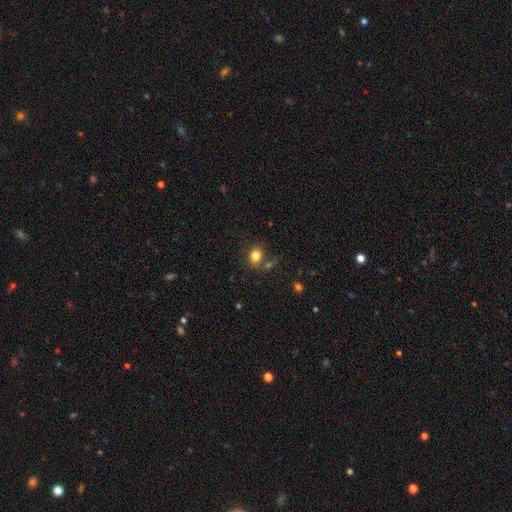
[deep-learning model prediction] A smooth galaxy with no disk features (81%) that is round (54%). Merging: none (69%).